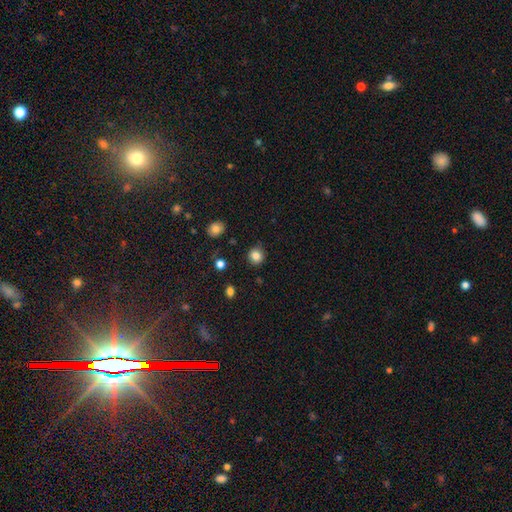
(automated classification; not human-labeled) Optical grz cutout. It shows a smooth galaxy with no disk features (84%) that is round (87%). Merging: none (84%).